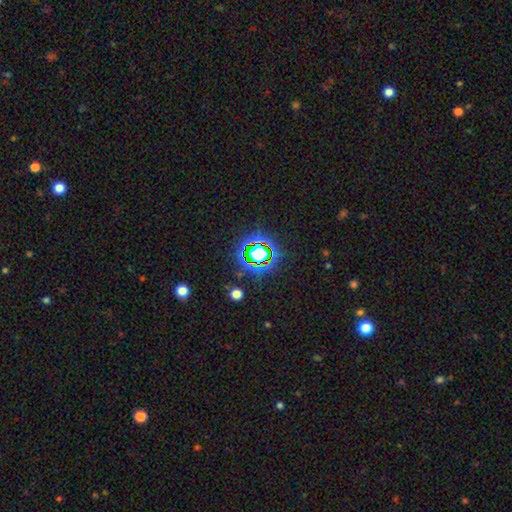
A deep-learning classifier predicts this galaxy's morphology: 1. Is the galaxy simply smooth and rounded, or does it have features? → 78% star or artifact, 14% smooth, 8% featured or disk.